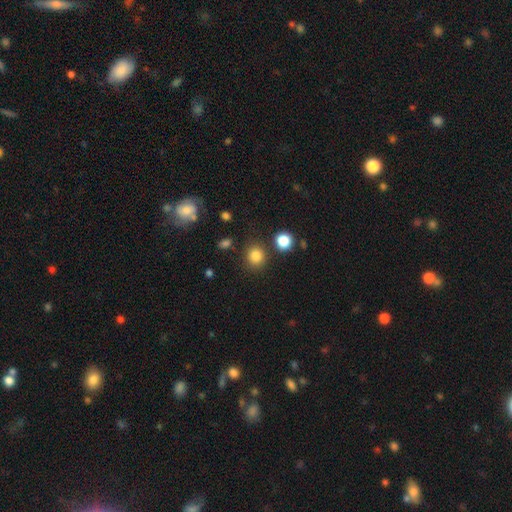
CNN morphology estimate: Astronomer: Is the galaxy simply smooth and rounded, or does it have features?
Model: smooth — 83%.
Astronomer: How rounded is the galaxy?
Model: round — 86%.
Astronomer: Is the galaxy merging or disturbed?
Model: none — 84%.